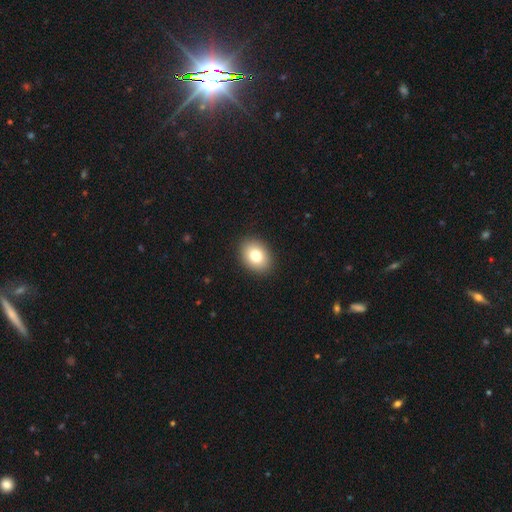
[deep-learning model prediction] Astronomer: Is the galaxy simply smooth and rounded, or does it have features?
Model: smooth — 80%.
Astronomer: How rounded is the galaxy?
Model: in between — 62% (runner-up: round, 38%).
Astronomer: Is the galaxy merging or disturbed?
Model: none — 91%.